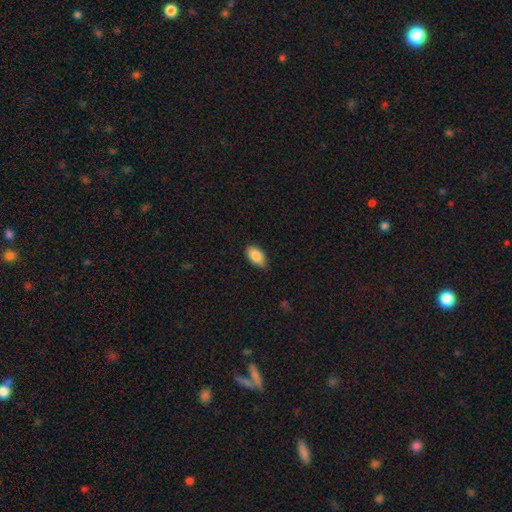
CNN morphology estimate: smooth-or-featured: smooth: 86% | star or artifact: 7% | featured or disk: 7%
  how-rounded: in between: 93% | round: 5% | cigar-shaped: 3%
  merging: none: 75% | minor disturbance: 21% | major disturbance: 3% | merger: 1%